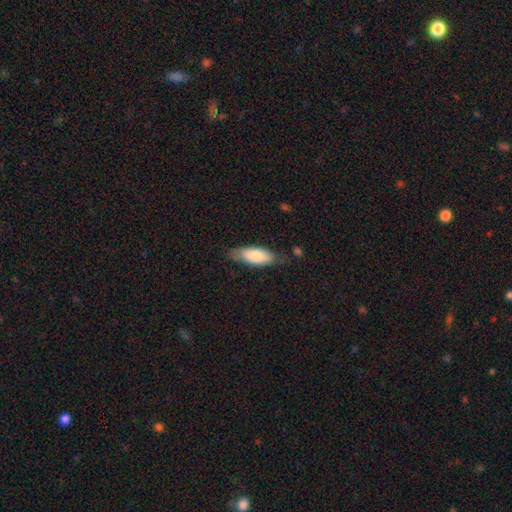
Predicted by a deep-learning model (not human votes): Smooth or featured? smooth (77%)
How rounded? in between (76%)
Merging? none (65%)